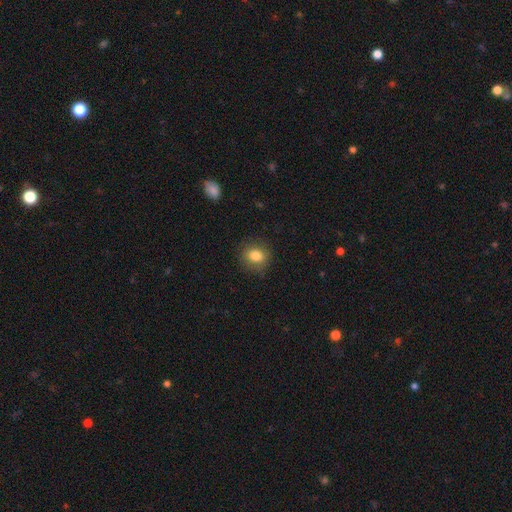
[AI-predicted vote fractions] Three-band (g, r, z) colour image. It shows a smooth galaxy with no disk features (82%) that is round (72%). Merging: none (84%).